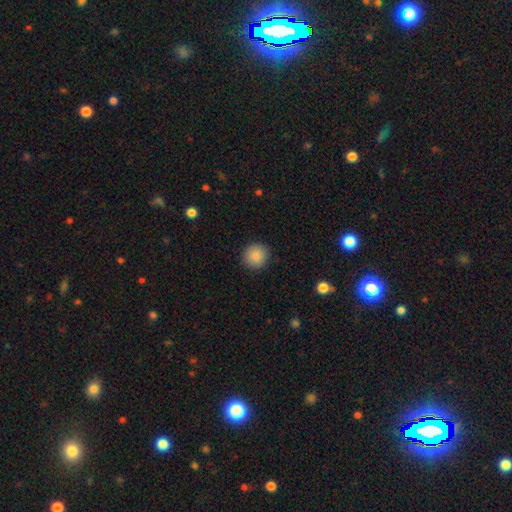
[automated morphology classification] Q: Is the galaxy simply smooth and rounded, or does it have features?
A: smooth — 88%.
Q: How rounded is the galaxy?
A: round — 91%.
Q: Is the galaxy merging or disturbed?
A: none — 90%.